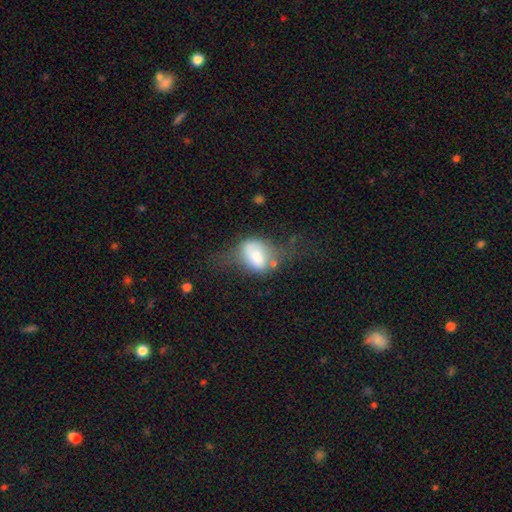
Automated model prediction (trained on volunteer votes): Morphology: type=smooth (67%); roundness=in between (78%); merging=major disturbance (37%).